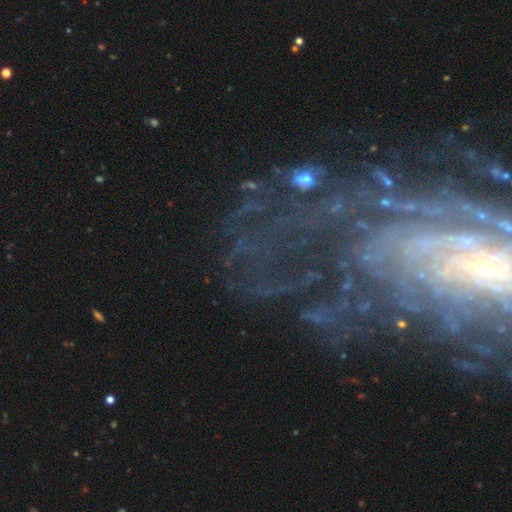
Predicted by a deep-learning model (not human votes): Smooth or featured? Predicted: featured or disk (p=0.77). Edge-on disk? Predicted: no (p=0.94). Bar? Predicted: no (p=0.55). Spiral arms? Predicted: yes (p=0.85). Spiral winding? Predicted: tight (p=0.62). Spiral arm count? Predicted: can't tell (p=0.36). Bulge size? Predicted: small (p=0.64). Merging? Predicted: none (p=0.56).